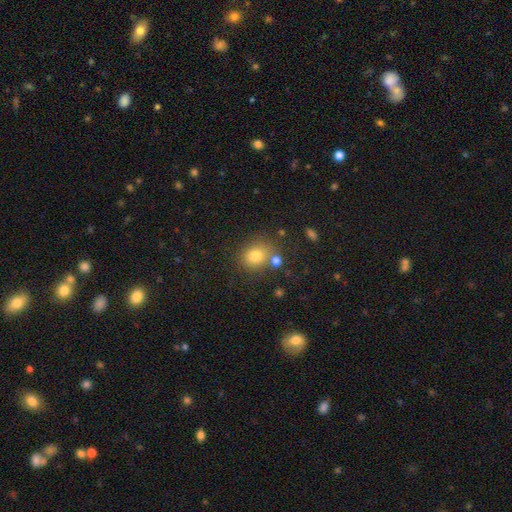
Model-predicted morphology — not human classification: Smooth or featured?
  - smooth: 78% *
  - star or artifact: 14%
  - featured or disk: 8%
How rounded?
  - round: 64% *
  - in between: 35%
  - cigar-shaped: 1%
Merging?
  - none: 70% *
  - merger: 13%
  - minor disturbance: 12%
  - major disturbance: 4%